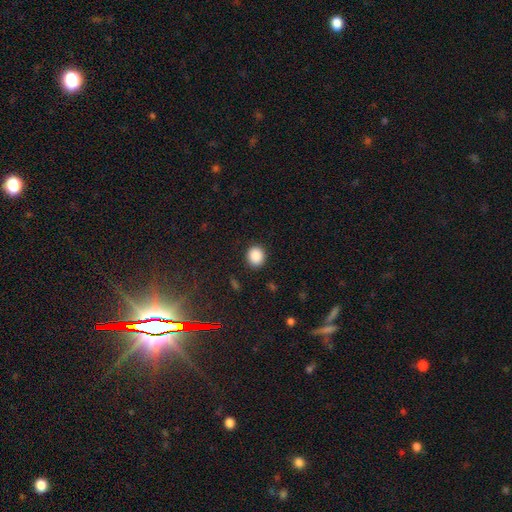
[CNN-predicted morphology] A smooth galaxy with no disk features (89%) that is round (79%).

Vote fractions:
- Smooth or featured? smooth: 89% / star or artifact: 9% / featured or disk: 3%
- How rounded? round: 79% / in between: 20% / cigar-shaped: 1%
- Merging? none: 90% / minor disturbance: 7% / major disturbance: 2% / merger: 1%